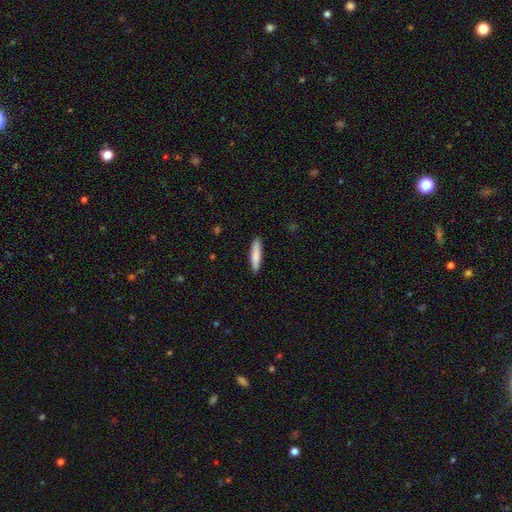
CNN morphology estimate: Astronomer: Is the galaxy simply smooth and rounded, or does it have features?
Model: smooth — 83%.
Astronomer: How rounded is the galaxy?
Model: cigar-shaped — 84%.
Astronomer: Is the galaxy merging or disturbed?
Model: none — 89%.